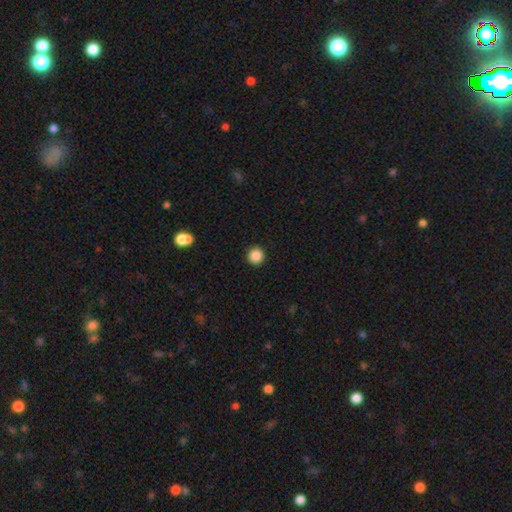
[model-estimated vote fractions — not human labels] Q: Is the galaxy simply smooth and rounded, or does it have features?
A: smooth — 87%.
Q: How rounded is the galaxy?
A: round — 95%.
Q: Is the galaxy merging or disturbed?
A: none — 93%.